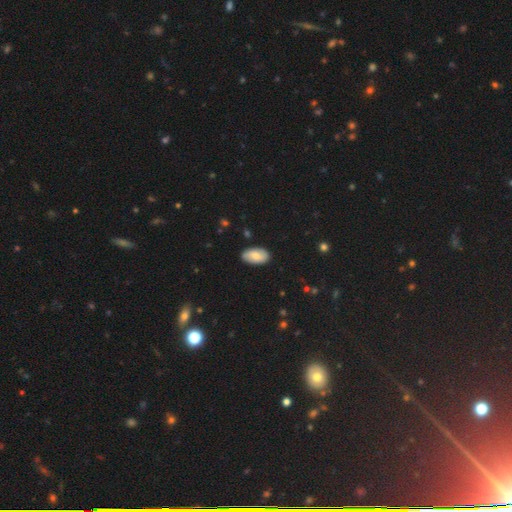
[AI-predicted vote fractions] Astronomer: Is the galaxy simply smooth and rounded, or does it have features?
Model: smooth — 77%.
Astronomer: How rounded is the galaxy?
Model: in between — 95%.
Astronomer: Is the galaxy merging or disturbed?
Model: none — 85%.